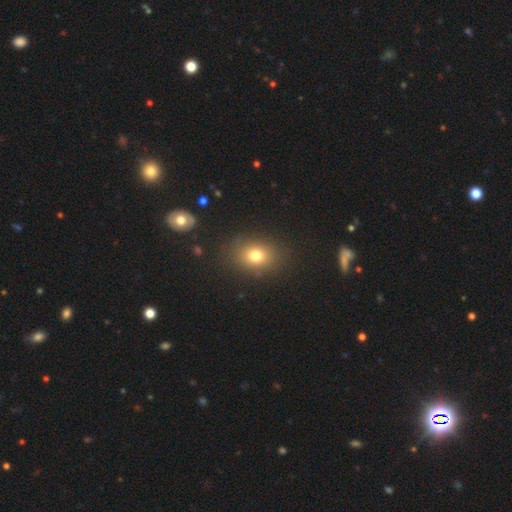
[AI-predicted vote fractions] Overall: smooth (76%). How rounded: in between (56%; round 43%). Merging: none (83%).